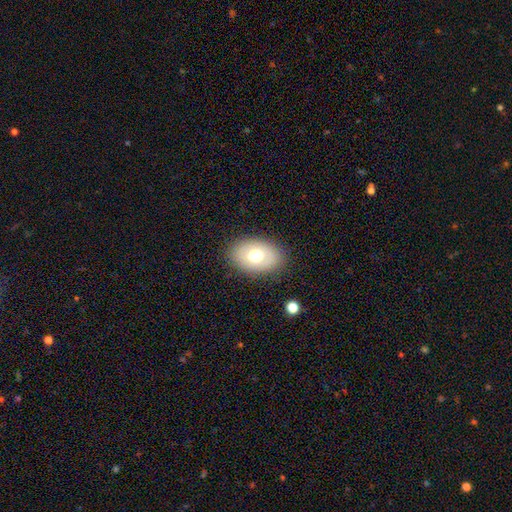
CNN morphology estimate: Smooth or featured?
  - smooth: 64% *
  - featured or disk: 28%
  - star or artifact: 8%
How rounded?
  - in between: 82% *
  - round: 17%
  - cigar-shaped: 1%
Merging?
  - none: 85% *
  - minor disturbance: 10%
  - major disturbance: 4%
  - merger: 1%